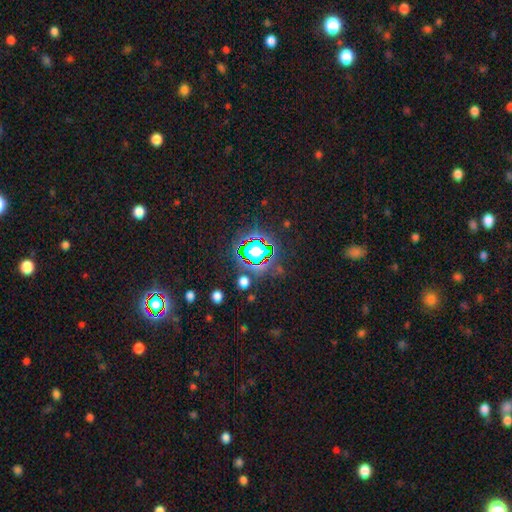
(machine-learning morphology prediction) A star or artifact, not a galaxy (62%).

Vote fractions:
- Smooth or featured? star or artifact: 62% / smooth: 27% / featured or disk: 11%